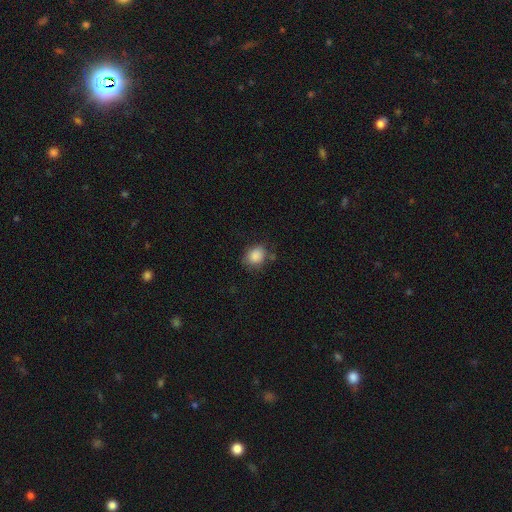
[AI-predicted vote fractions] smooth 87%, star or artifact 9%, featured or disk 4%. Down the decision tree: how rounded — round (54%); merging — none (72%).